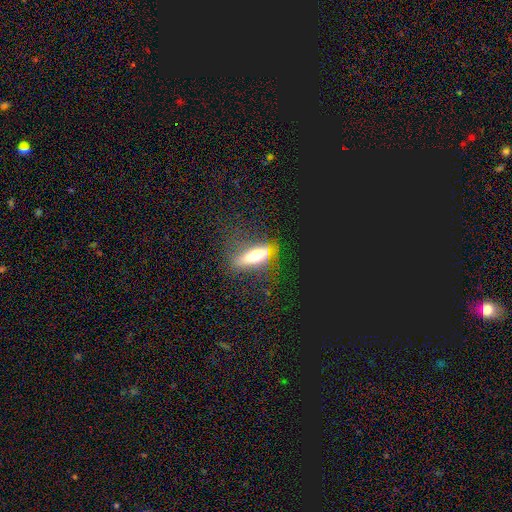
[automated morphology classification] A smooth galaxy with no disk features (46%).

Vote fractions:
- Smooth or featured? smooth: 46% / featured or disk: 43% / star or artifact: 11%
- Merging? none: 63% / minor disturbance: 20% / major disturbance: 15% / merger: 2%